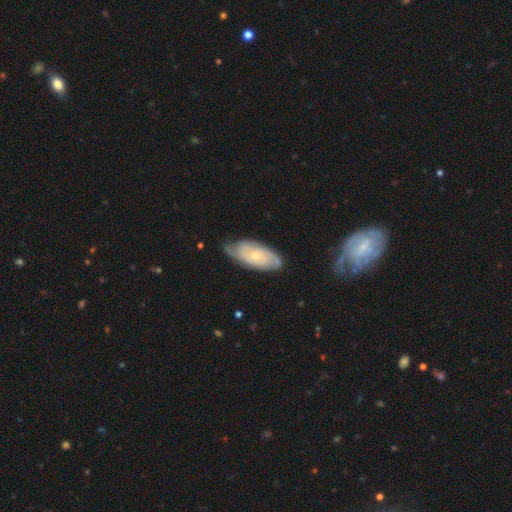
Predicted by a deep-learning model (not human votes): The model was most divided on "spiral arm count": can't tell: 36%, 2: 35%, 3: 16%, 4: 6%, 1: 4%, more than 4: 3%. More confident: edge-on disk — no (92%); spiral arms — yes (92%); bar — no (77%); smooth or featured — featured or disk (73%); merging — none (68%); bulge size — small (66%); spiral winding — tight (61%).